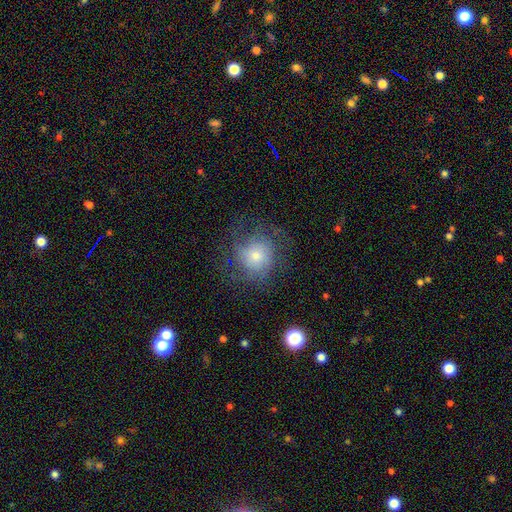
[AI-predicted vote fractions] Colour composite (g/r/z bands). It shows a featured or disk galaxy (45%). Merging: none (65%).